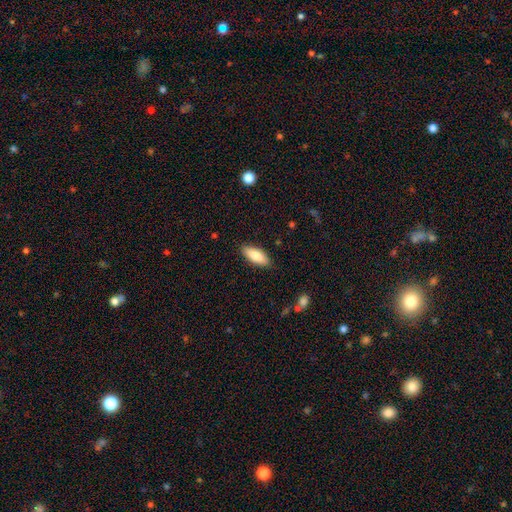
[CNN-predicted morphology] This is clearly a smooth galaxy (83%). How rounded: likely in between (79%). Merging: clearly none (88%).